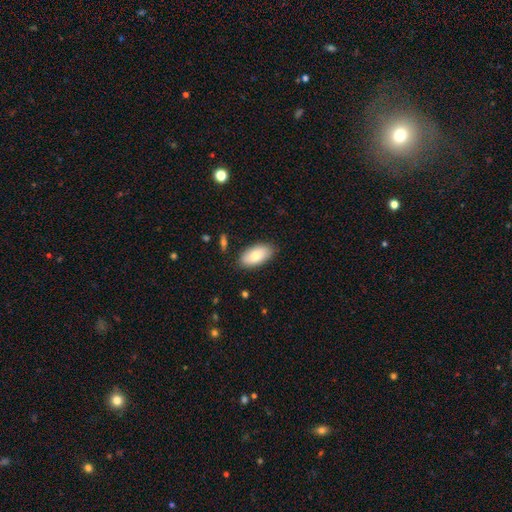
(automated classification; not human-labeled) A smooth galaxy with no disk features (80%) that is in between round and cigar-shaped (94%). Merging: none (85%).